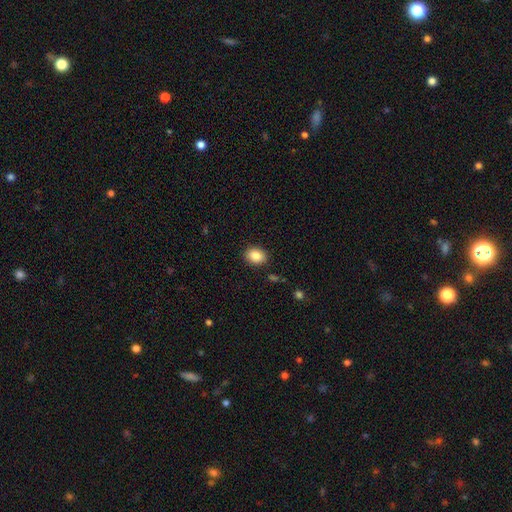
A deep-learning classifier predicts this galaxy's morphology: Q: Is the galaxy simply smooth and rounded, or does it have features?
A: smooth — 85%.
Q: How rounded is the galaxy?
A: in between — 59%.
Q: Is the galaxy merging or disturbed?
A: none — 89%.